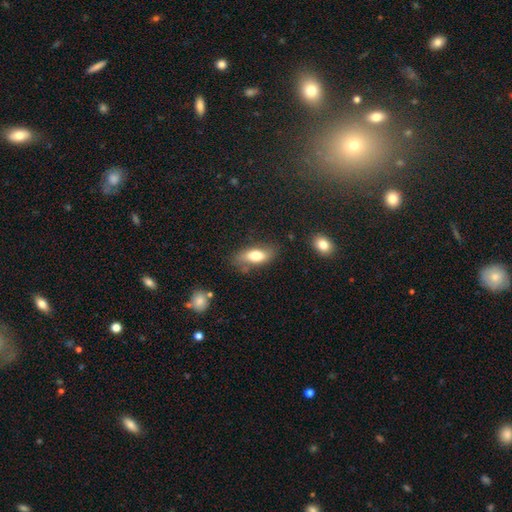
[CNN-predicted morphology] smooth-or-featured: smooth: 73% | featured or disk: 20% | star or artifact: 8%
  how-rounded: in between: 80% | cigar-shaped: 15% | round: 4%
  merging: none: 69% | minor disturbance: 21% | major disturbance: 6% | merger: 4%